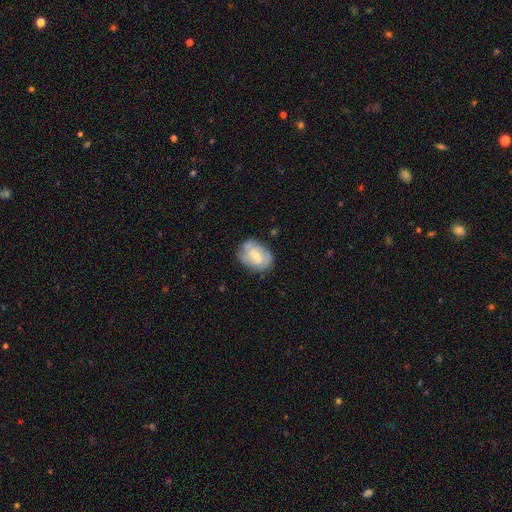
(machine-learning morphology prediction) Smooth or featured? featured or disk (50%)
Merging? none (69%)